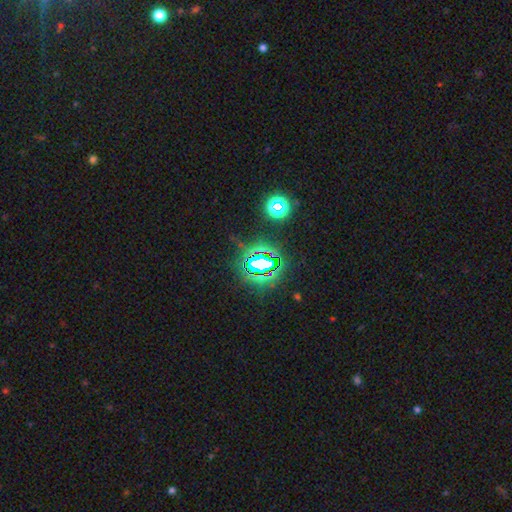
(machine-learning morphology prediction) Smooth or featured: star or artifact — 79% (smooth — 14%)